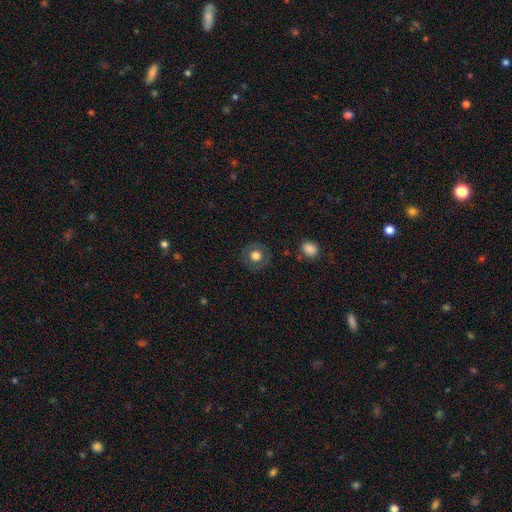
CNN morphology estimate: This appears to be a smooth galaxy with no disk features (66%) that is round (90%). Merging: none (86%).